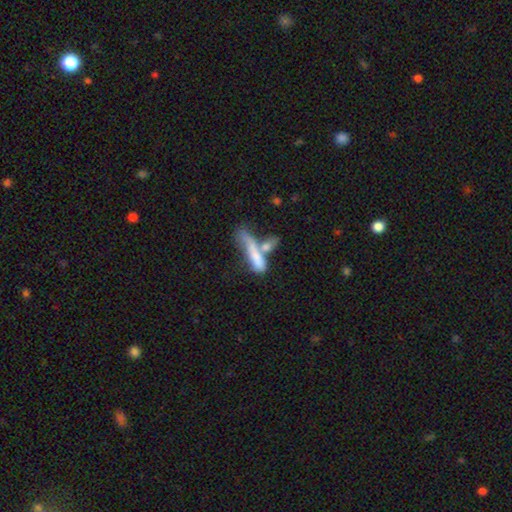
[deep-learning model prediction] A smooth galaxy with no disk features (64%) that is cigar-shaped (68%).

Vote fractions:
- Smooth or featured? smooth: 64% / featured or disk: 28% / star or artifact: 8%
- How rounded? cigar-shaped: 68% / in between: 29% / round: 3%
- Merging? merger: 52% / none: 18% / major disturbance: 18% / minor disturbance: 12%